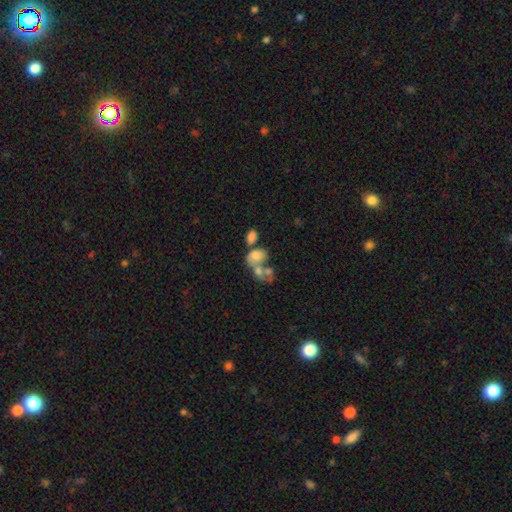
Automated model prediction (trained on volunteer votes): The model was most divided on "merging": merger: 59%, none: 22%, major disturbance: 10%, minor disturbance: 10%. More confident: how rounded — in between (71%); smooth or featured — smooth (64%).